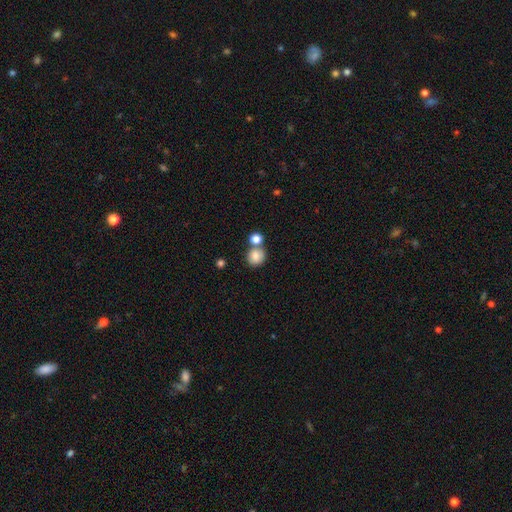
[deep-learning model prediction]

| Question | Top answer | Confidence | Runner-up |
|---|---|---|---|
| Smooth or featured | smooth | 83% | star or artifact (10%) |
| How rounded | round | 86% | in between (13%) |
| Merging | none | 57% | merger (31%) |